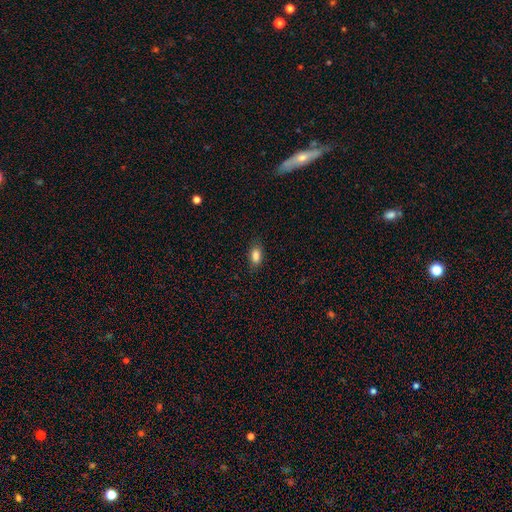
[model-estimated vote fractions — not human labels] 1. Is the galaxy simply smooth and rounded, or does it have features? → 86% smooth, 8% star or artifact, 6% featured or disk.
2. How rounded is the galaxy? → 88% in between, 6% round, 5% cigar-shaped.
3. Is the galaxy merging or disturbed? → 85% none, 12% minor disturbance, 3% major disturbance, 1% merger.